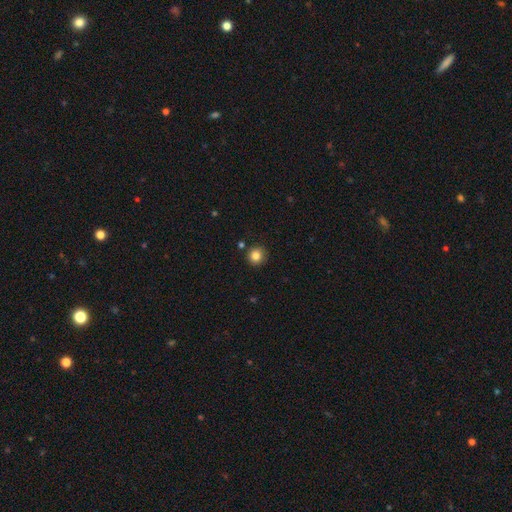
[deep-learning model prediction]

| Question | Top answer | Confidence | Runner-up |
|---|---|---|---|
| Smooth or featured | smooth | 84% | star or artifact (11%) |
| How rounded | round | 93% | in between (6%) |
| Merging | none | 89% | minor disturbance (6%) |